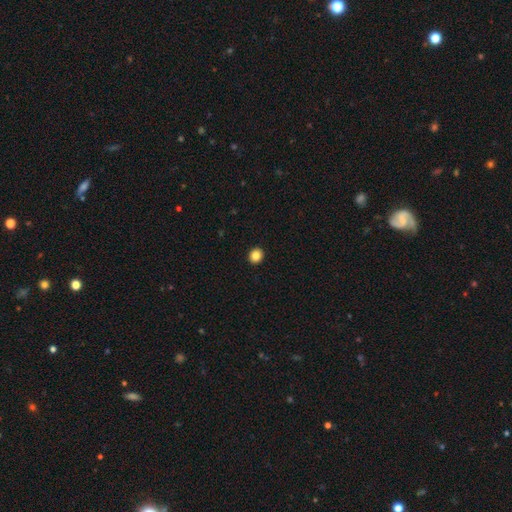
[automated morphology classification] smooth_or_featured: smooth (p=0.85) [alt: star or artifact p=0.10]
how_rounded: round (p=0.78) [alt: in between p=0.21]
merging: none (p=0.93) [alt: minor disturbance p=0.05]